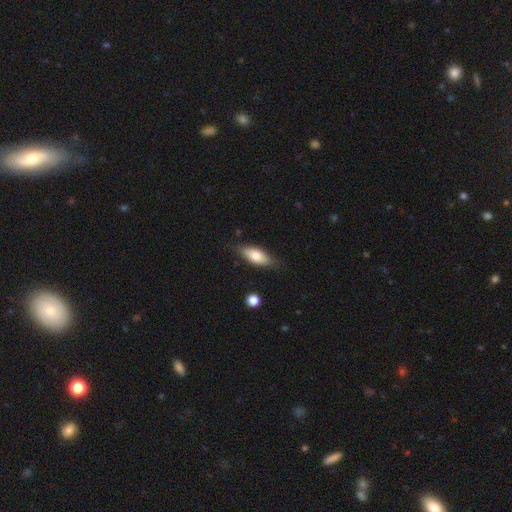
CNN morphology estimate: Smooth or featured? smooth (73%)
How rounded? in between (78%)
Merging? none (78%)